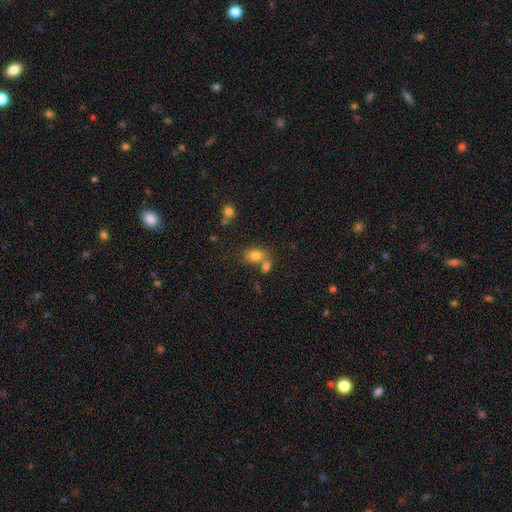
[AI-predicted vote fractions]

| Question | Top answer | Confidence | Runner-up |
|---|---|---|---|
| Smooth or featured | smooth | 79% | star or artifact (11%) |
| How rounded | in between | 73% | round (25%) |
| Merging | none | 46% | merger (38%) |